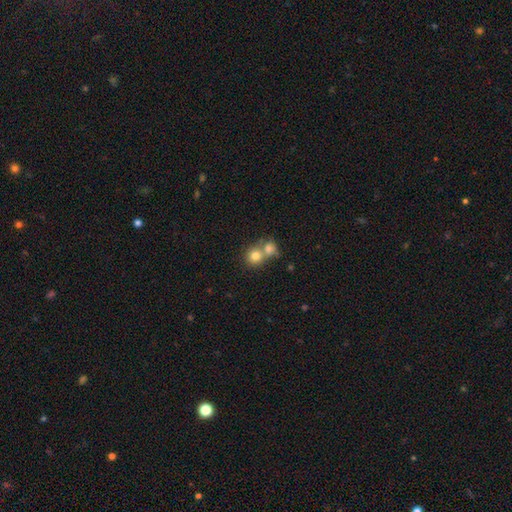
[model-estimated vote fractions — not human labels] This appears to be a smooth galaxy with no disk features (78%) that is round (81%). Merging: merger (55%).